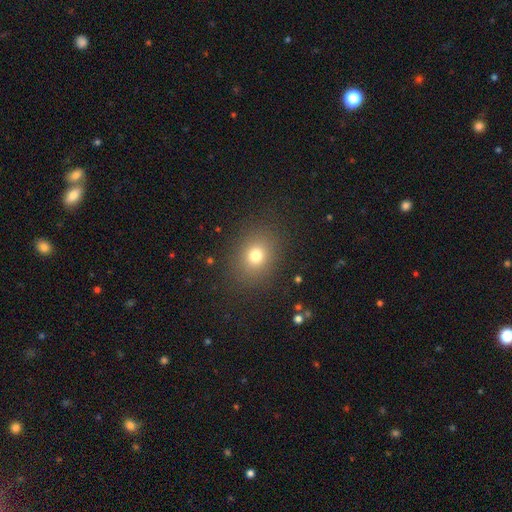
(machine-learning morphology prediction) smooth 75%, star or artifact 15%, featured or disk 9%. Down the decision tree: how rounded — round (56%); merging — none (86%).